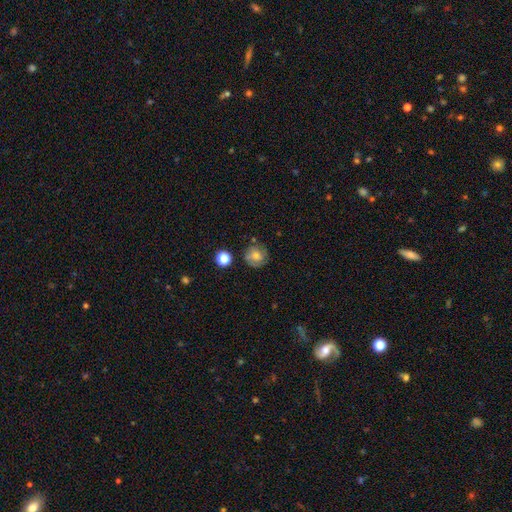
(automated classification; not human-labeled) A smooth galaxy with no disk features (53%) that is round (88%). Merging: none (76%).